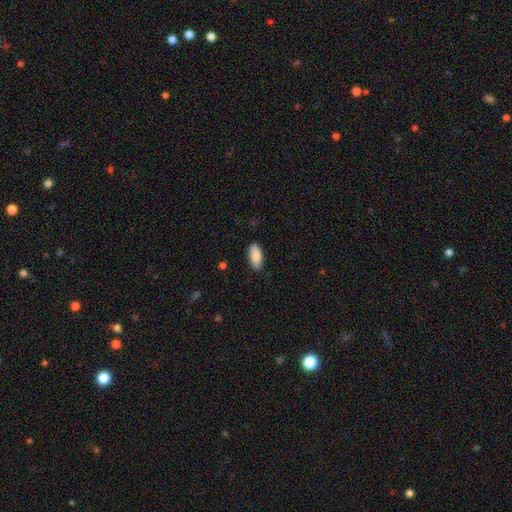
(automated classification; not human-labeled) Morphology: type=smooth (86%); roundness=in between (91%); merging=none (88%).